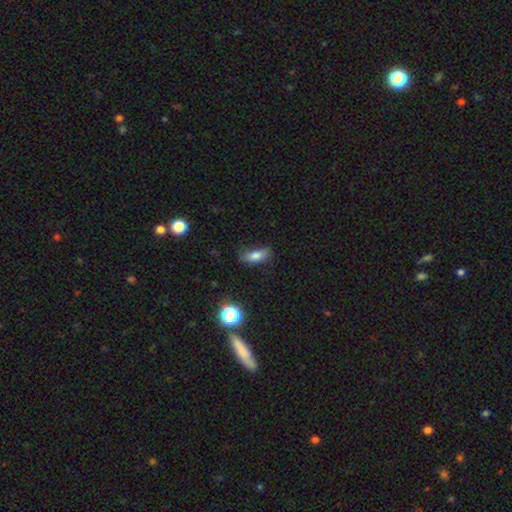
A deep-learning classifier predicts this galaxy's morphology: Smooth or featured? Predicted: smooth (p=0.76). How rounded? Predicted: in between (p=0.74). Merging? Predicted: none (p=0.60).